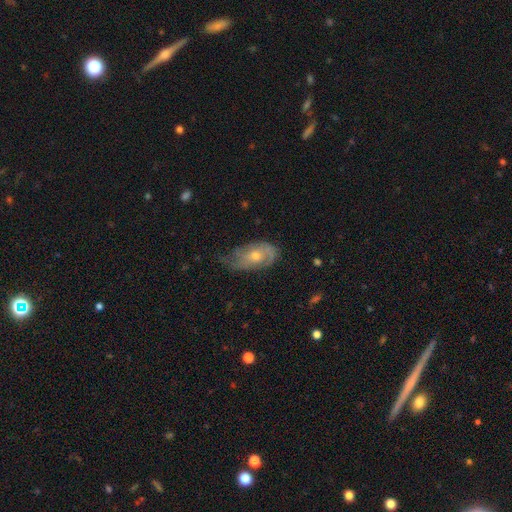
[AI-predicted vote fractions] This appears to be a featured or disk galaxy (66%) with no bar (79%), 2 (45%) tight (42%) spiral arms (81%) and a moderate central bulge (55%). Merging: none (45%).